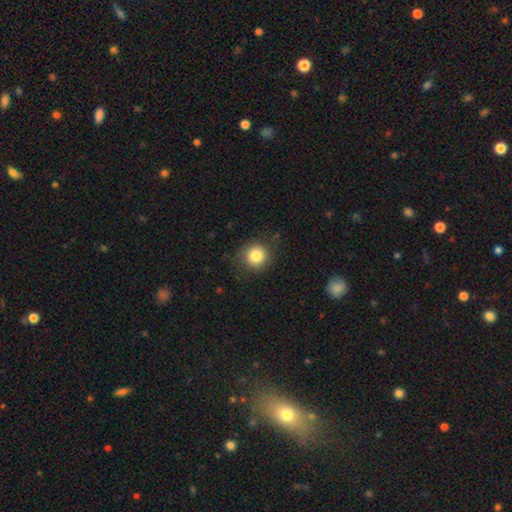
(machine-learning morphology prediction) A smooth galaxy with no disk features (83%) that is round (91%). Merging: none (84%).